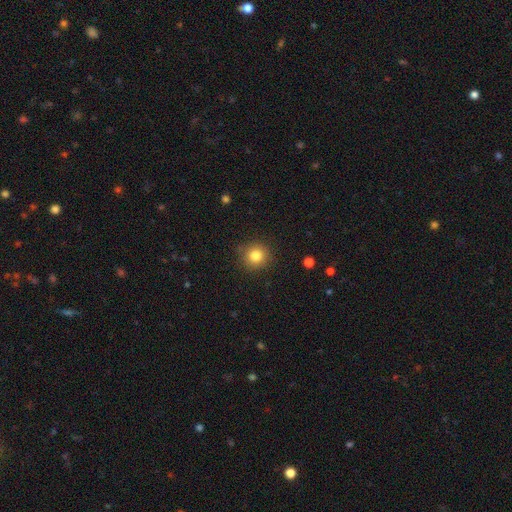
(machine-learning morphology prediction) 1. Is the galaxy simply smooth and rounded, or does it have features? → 82% smooth, 11% star or artifact, 7% featured or disk.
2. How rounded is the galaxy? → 93% round, 6% in between, 1% cigar-shaped.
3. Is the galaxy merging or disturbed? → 88% none, 8% minor disturbance, 2% major disturbance, 1% merger.